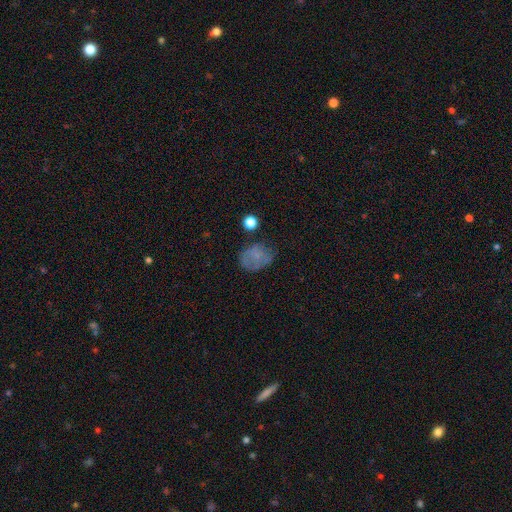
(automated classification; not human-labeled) smooth 65%, featured or disk 22%, star or artifact 13%. Down the decision tree: how rounded — in between (59%); merging — none (54%).